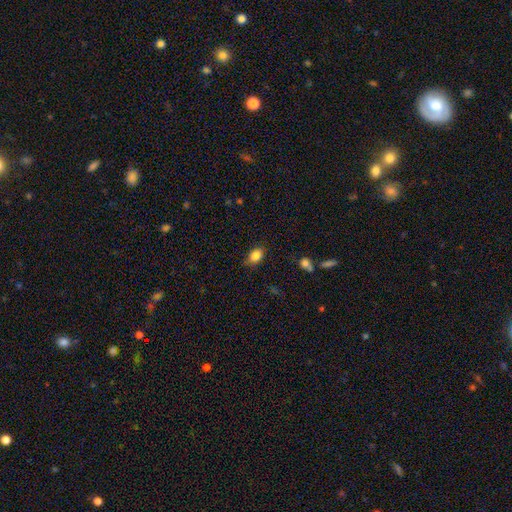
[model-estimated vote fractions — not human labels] Q: Smooth or featured?
A: smooth (86%); runner-up: star or artifact (9%)
Q: How rounded?
A: in between (80%); runner-up: round (18%)
Q: Merging?
A: none (78%); runner-up: minor disturbance (17%)